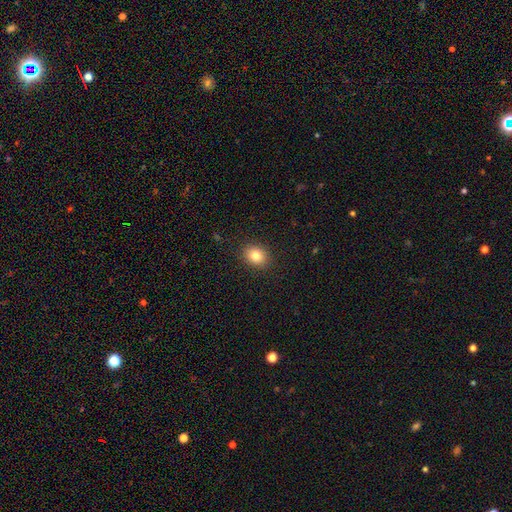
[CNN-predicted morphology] Q: Smooth or featured?
A: smooth (83%); runner-up: star or artifact (10%)
Q: How rounded?
A: in between (54%); runner-up: round (45%)
Q: Merging?
A: none (89%); runner-up: minor disturbance (8%)